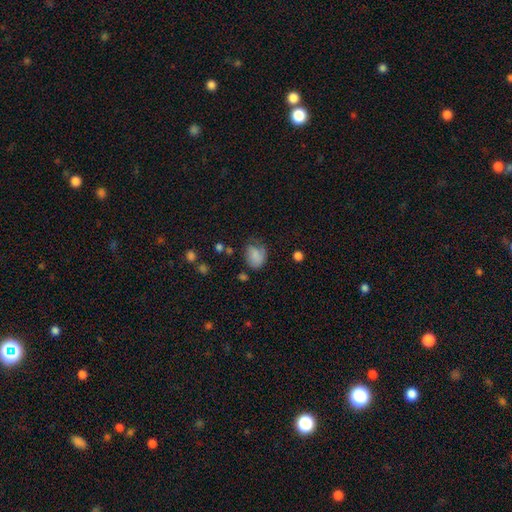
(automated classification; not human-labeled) Smooth or featured: smooth — 77% (featured or disk — 14%)
How rounded: in between — 62% (round — 37%)
Merging: none — 48% (minor disturbance — 32%)